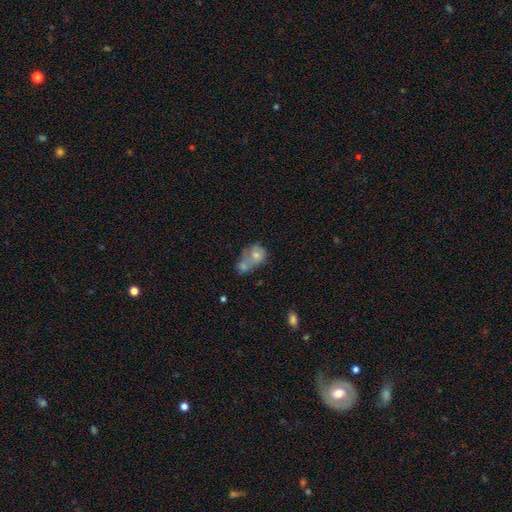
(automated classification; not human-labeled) Smooth or featured?
  - smooth: 66% *
  - featured or disk: 25%
  - star or artifact: 9%
How rounded?
  - round: 51% *
  - in between: 48%
  - cigar-shaped: 1%
Merging?
  - merger: 67% *
  - none: 16%
  - minor disturbance: 10%
  - major disturbance: 8%